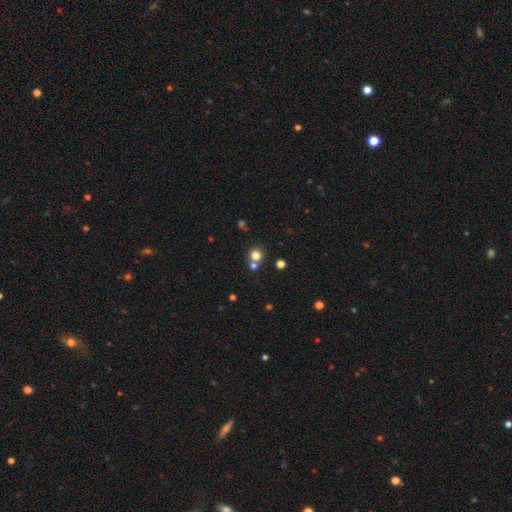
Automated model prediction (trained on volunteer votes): Smooth or featured: smooth — 76% (star or artifact — 16%)
How rounded: round — 87% (in between — 12%)
Merging: none — 65% (merger — 25%)